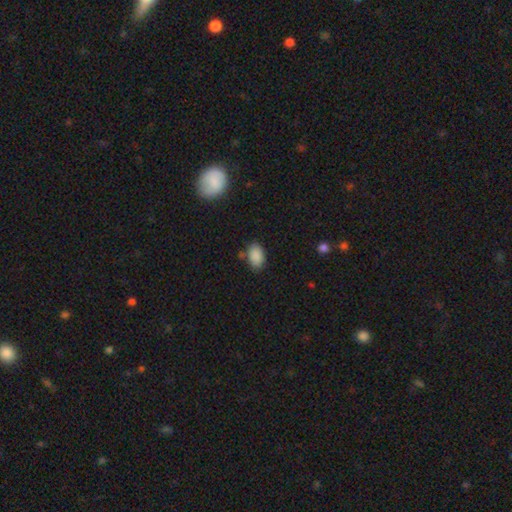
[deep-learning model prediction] A smooth galaxy with no disk features (88%) that is in between round and cigar-shaped (91%). Merging: none (77%).